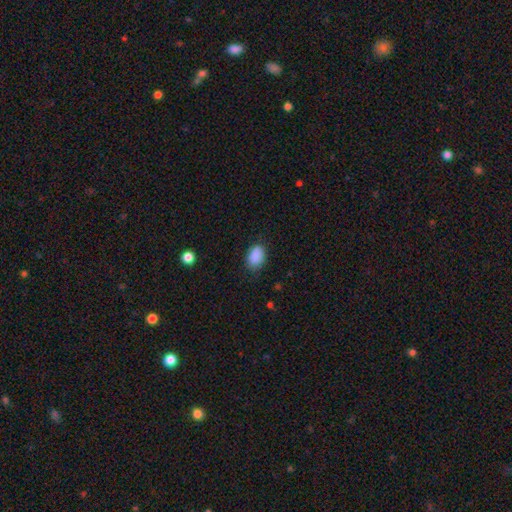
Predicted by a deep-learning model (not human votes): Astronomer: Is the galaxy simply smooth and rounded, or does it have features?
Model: smooth — 88%.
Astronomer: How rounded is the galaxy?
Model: in between — 83%.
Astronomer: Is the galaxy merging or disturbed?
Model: none — 79%.